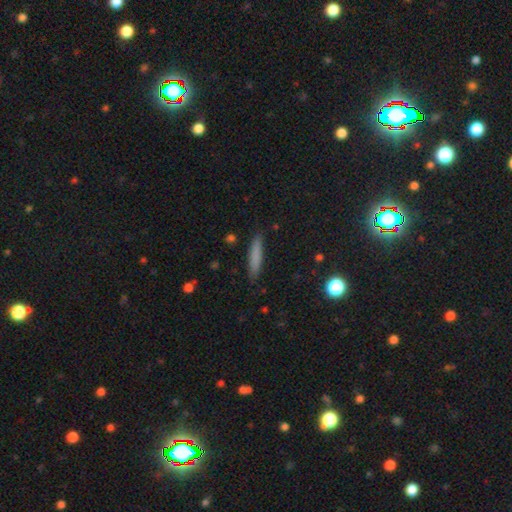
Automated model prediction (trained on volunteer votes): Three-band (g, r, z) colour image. It shows a smooth galaxy with no disk features (77%) that is cigar-shaped (90%). Merging: none (86%).